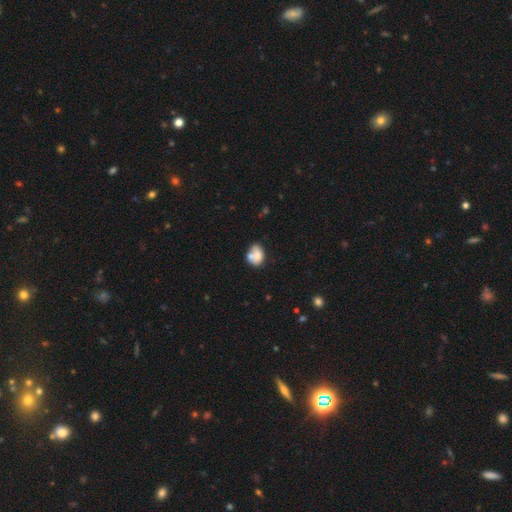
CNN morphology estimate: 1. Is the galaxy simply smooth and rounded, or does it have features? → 64% smooth, 27% featured or disk, 9% star or artifact.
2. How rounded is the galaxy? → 65% in between, 34% round, 1% cigar-shaped.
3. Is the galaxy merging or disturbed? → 48% merger, 28% none, 15% minor disturbance, 8% major disturbance.